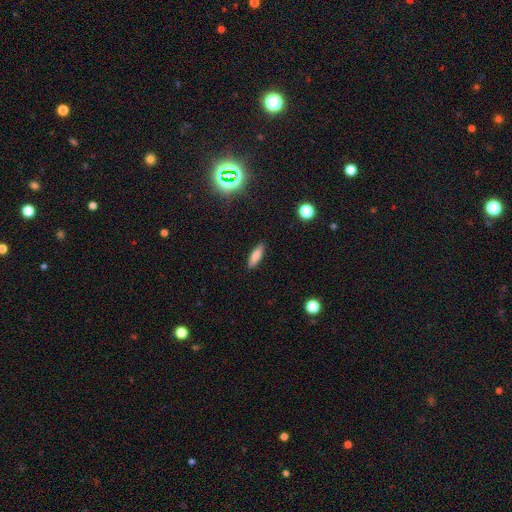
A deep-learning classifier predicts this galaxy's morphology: Smooth or featured?
  - smooth: 80% *
  - featured or disk: 11%
  - star or artifact: 9%
How rounded?
  - cigar-shaped: 54% *
  - in between: 44%
  - round: 2%
Merging?
  - none: 89% *
  - minor disturbance: 8%
  - major disturbance: 2%
  - merger: 1%